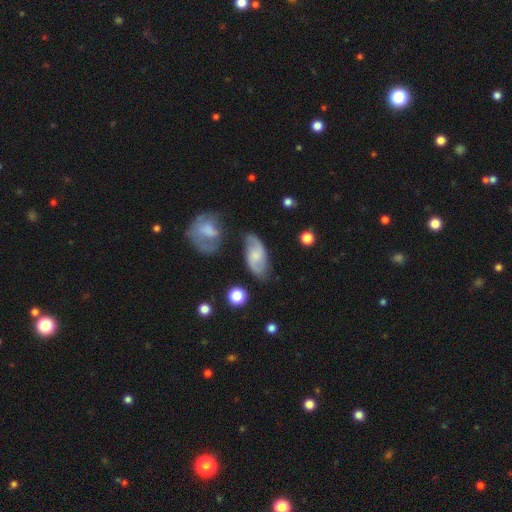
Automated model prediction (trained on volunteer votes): smooth-or-featured: featured or disk: 66% | smooth: 28% | star or artifact: 6%
  disk-edge-on: no: 94% | yes: 6%
    bar: no: 55% | weak: 39% | strong: 6%
    has-spiral-arms: yes: 91% | no: 9%
      spiral-winding: medium: 45% | loose: 37% | tight: 18%
      spiral-arm-count: 2: 86% | can't tell: 8% | 1: 2% | 3: 2% | 4: 1% | more than 4: 1%
    bulge-size: small: 41% | moderate: 34% | none: 17% | large: 6% | dominant: 2%
  merging: none: 71% | minor disturbance: 18% | major disturbance: 6% | merger: 5%